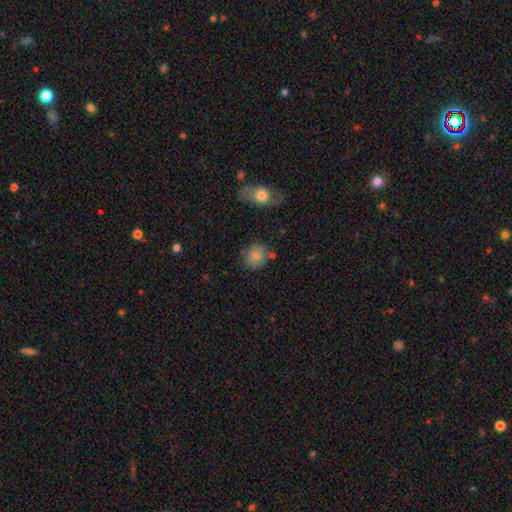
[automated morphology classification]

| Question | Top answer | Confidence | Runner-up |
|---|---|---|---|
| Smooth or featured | smooth | 79% | featured or disk (12%) |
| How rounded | round | 80% | in between (19%) |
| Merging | none | 75% | minor disturbance (14%) |